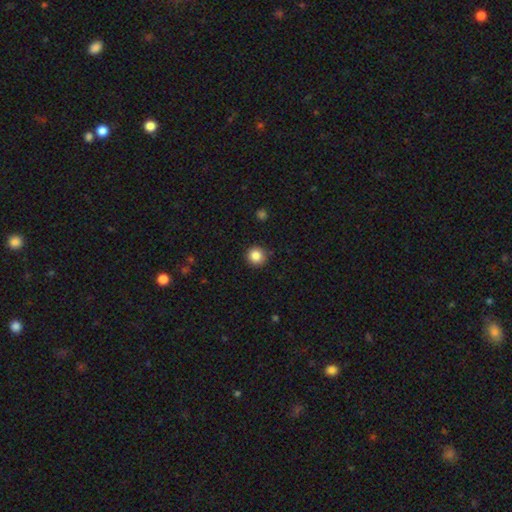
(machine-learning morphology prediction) Smooth or featured? smooth (85%)
How rounded? round (95%)
Merging? none (89%)